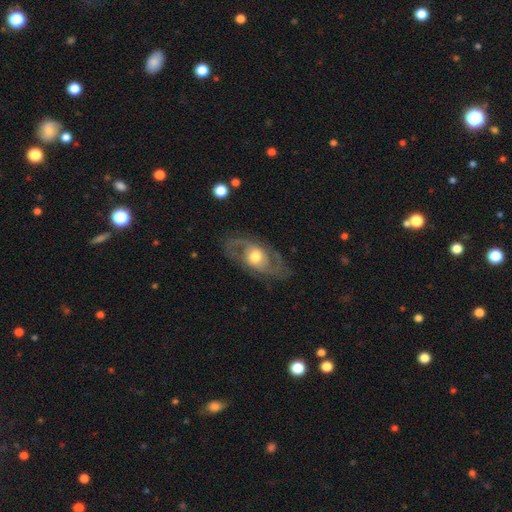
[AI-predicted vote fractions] This is likely a featured or disk galaxy (79%). It is clearly not viewed edge-on (92%). Bar: likely no (66%). Spiral arm pattern: clearly yes (83%). Spiral arm count: clearly 2 (83%). Spiral winding: possibly medium (50%). Central bulge: likely moderate (67%). Merging: likely none (76%).